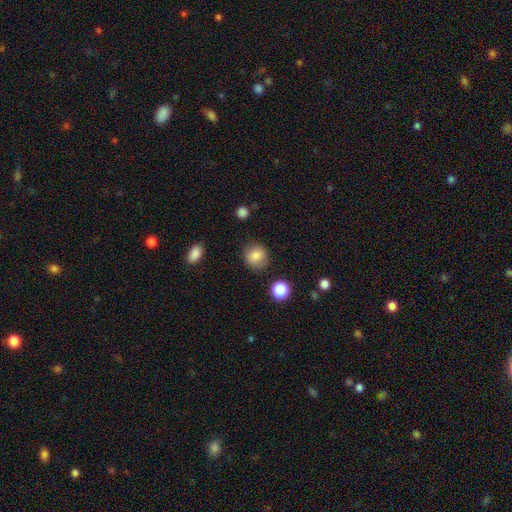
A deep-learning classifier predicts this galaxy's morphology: type=smooth (84%); roundness=round (88%); merging=none (85%).